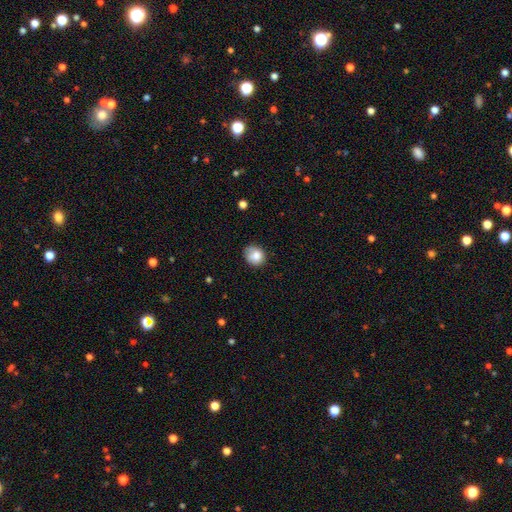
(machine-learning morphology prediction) type=smooth (82%); roundness=round (74%); merging=none (68%).